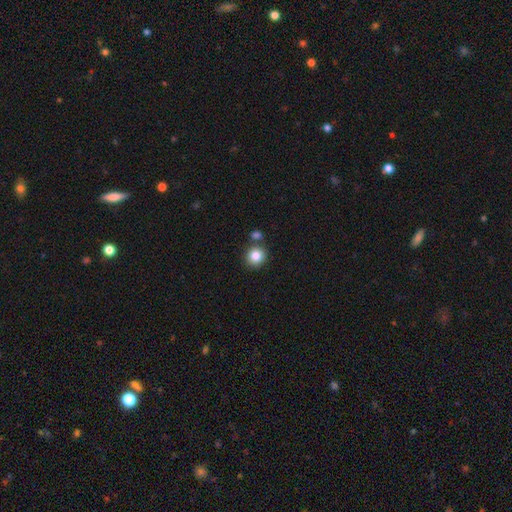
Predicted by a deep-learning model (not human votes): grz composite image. It shows a smooth galaxy with no disk features (84%) that is round (86%). Merging: none (74%).